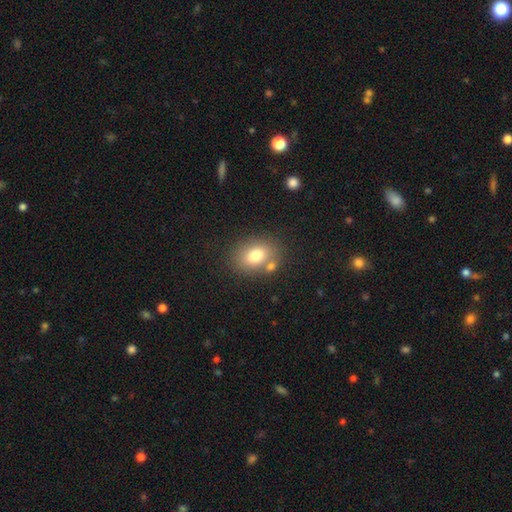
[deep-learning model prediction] smooth_or_featured: smooth (p=0.77) [alt: featured or disk p=0.13]
how_rounded: in between (p=0.66) [alt: round p=0.33]
merging: none (p=0.66) [alt: merger p=0.17]